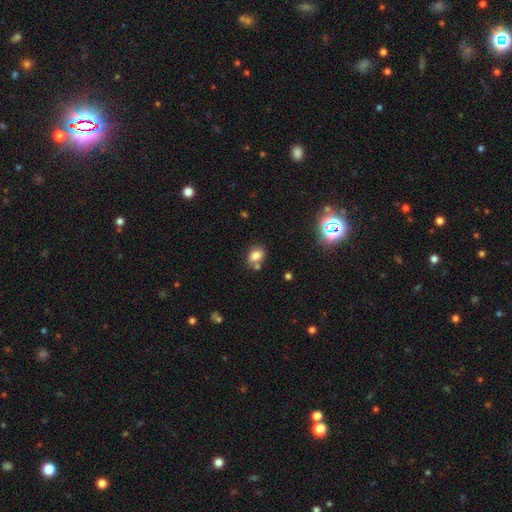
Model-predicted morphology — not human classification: Smooth or featured?
  - smooth: 79% *
  - star or artifact: 12%
  - featured or disk: 9%
How rounded?
  - in between: 66% *
  - round: 33%
  - cigar-shaped: 1%
Merging?
  - none: 61% *
  - merger: 20%
  - minor disturbance: 15%
  - major disturbance: 4%